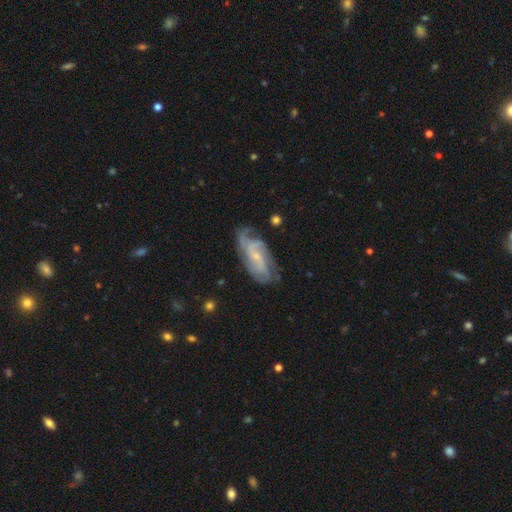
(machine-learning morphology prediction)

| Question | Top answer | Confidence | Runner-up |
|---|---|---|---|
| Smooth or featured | featured or disk | 83% | smooth (11%) |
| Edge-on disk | no | 94% | yes (6%) |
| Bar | no | 52% | weak (38%) |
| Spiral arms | yes | 95% | no (5%) |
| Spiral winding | medium | 44% | tight (41%) |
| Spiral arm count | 2 | 30% | 3 (27%) |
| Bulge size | small | 71% | moderate (21%) |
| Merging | none | 67% | minor disturbance (22%) |